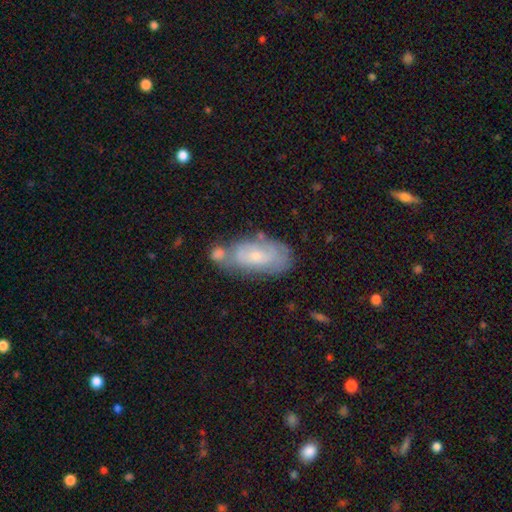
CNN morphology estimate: smooth_or_featured: featured or disk (p=0.46) [tied with: smooth p=0.46]
merging: none (p=0.44) [alt: merger p=0.25]